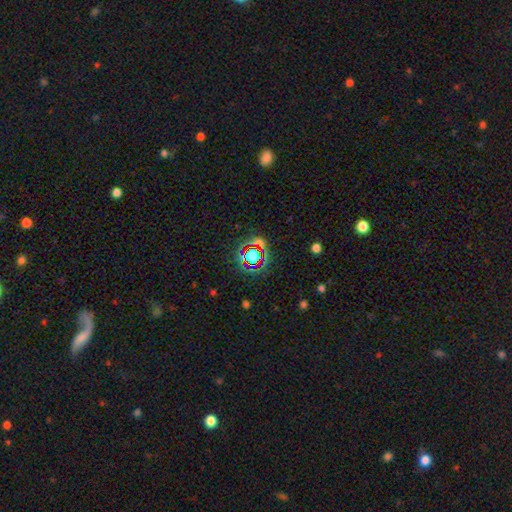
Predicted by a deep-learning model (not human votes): A star or artifact, not a galaxy (61%).

Vote fractions:
- Smooth or featured? star or artifact: 61% / smooth: 25% / featured or disk: 13%